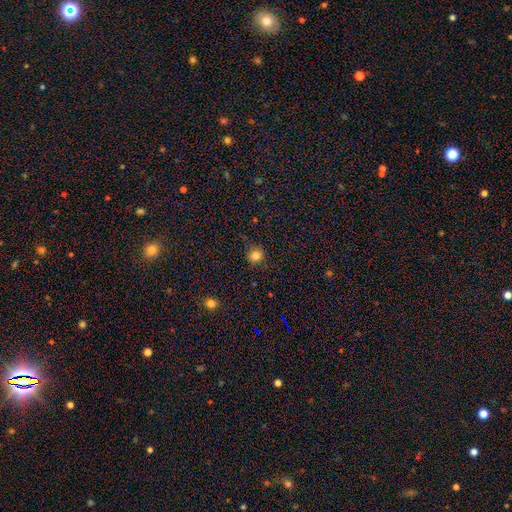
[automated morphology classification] Smooth or featured? Predicted: smooth (p=0.81). How rounded? Predicted: round (p=0.86). Merging? Predicted: none (p=0.84).